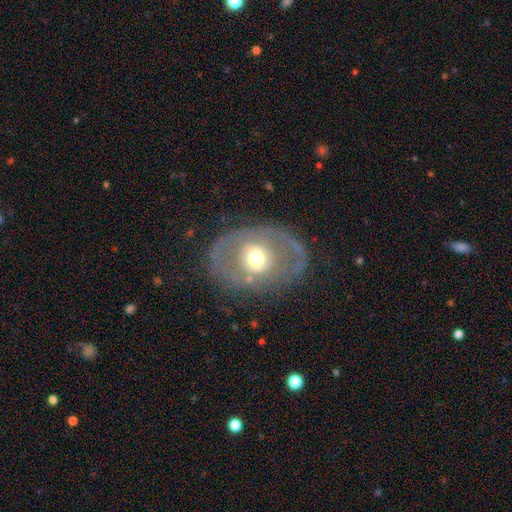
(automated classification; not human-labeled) A featured or disk galaxy (66%) with no bar (65%), no spiral arms (54%) and a moderate central bulge (69%).

Vote fractions:
- Smooth or featured? featured or disk: 66% / smooth: 25% / star or artifact: 8%
- Edge-on disk? no: 94% / yes: 6%
- Bar? no: 65% / weak: 24% / strong: 11%
- Spiral arms? no: 54% / yes: 46%
- Bulge size? moderate: 69% / small: 14% / large: 14% / dominant: 2% / none: 1%
- Merging? none: 79% / minor disturbance: 14% / major disturbance: 6% / merger: 1%